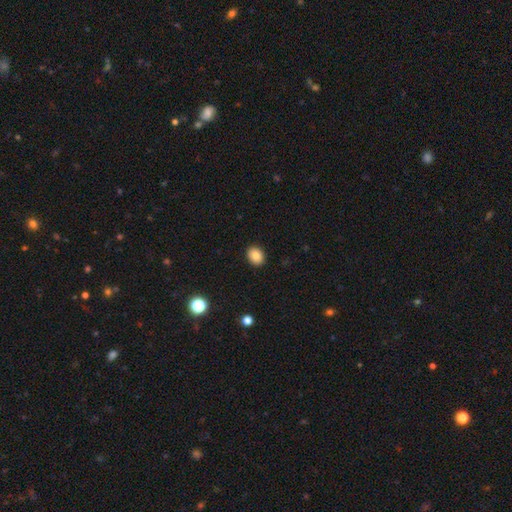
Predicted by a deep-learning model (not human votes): Smooth or featured? smooth (86%)
How rounded? in between (53%)
Merging? none (91%)